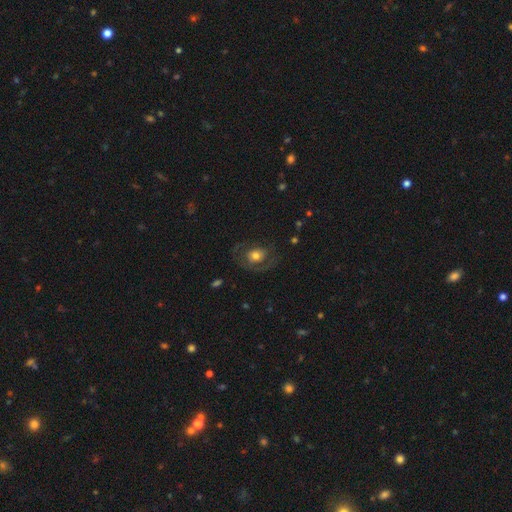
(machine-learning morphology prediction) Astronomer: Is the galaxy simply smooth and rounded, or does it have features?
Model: featured or disk — 50% (runner-up: smooth, 42%).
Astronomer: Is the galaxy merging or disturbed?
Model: none — 62%.